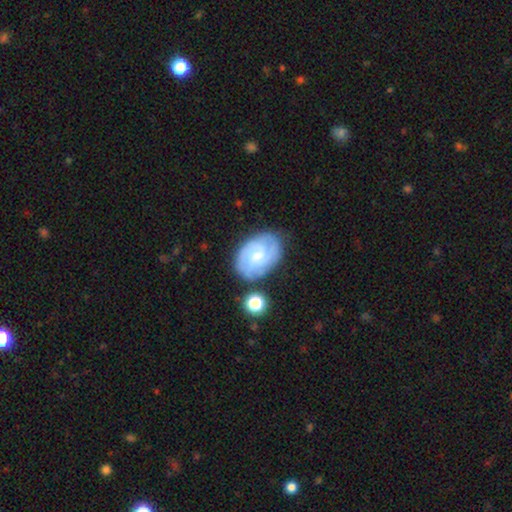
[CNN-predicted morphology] Smooth or featured: featured or disk — 70% (smooth — 23%)
Edge-on disk: no — 97% (yes — 3%)
Bar: no — 52% (weak — 42%)
Spiral arms: yes — 92% (no — 8%)
Spiral winding: tight — 56% (medium — 35%)
Spiral arm count: can't tell — 31% (2 — 30%)
Bulge size: small — 62% (moderate — 29%)
Merging: none — 71% (minor disturbance — 18%)